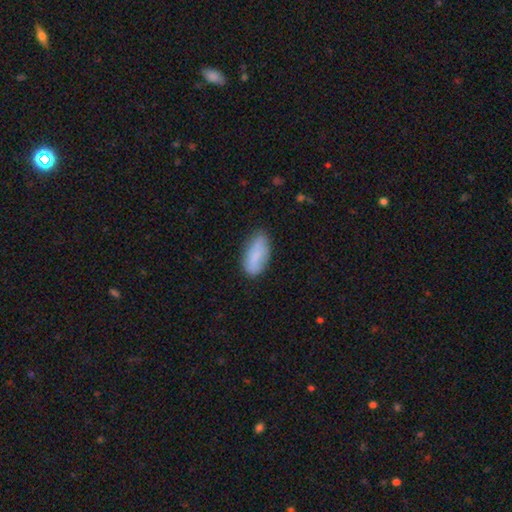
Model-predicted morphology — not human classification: smooth-or-featured: smooth: 82% | featured or disk: 11% | star or artifact: 7%
  how-rounded: in between: 87% | cigar-shaped: 11% | round: 2%
  merging: none: 70% | minor disturbance: 24% | major disturbance: 5% | merger: 2%